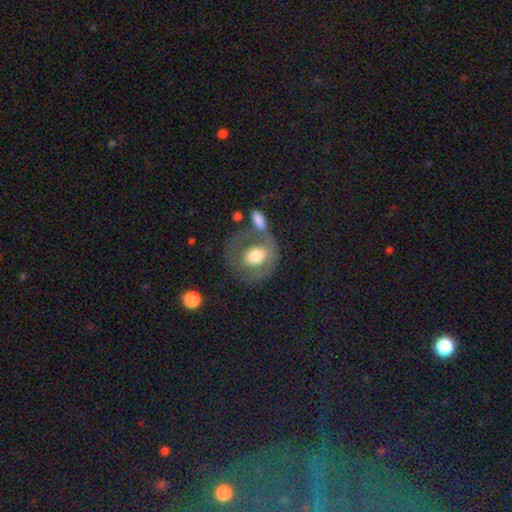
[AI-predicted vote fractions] Smooth or featured? smooth (48%)
Merging? none (45%)